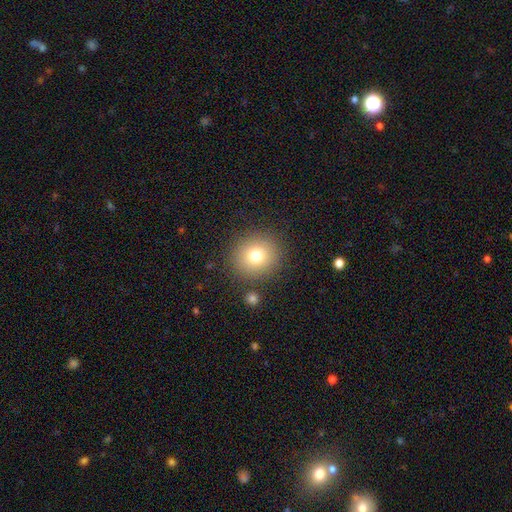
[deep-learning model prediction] Smooth or featured? smooth (77%)
How rounded? round (89%)
Merging? none (86%)